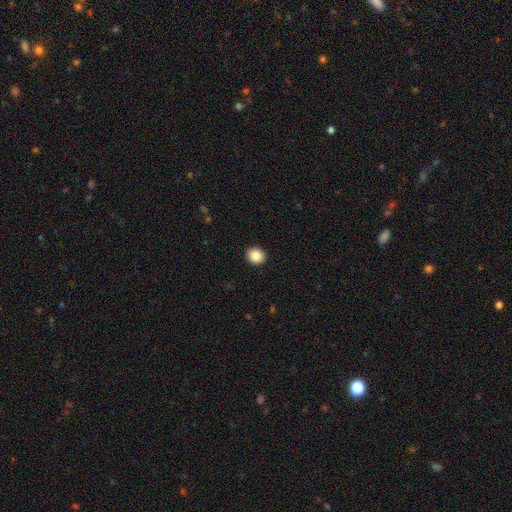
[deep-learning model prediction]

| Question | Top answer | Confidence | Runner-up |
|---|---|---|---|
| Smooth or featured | smooth | 87% | star or artifact (9%) |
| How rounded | round | 82% | in between (17%) |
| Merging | none | 93% | minor disturbance (5%) |